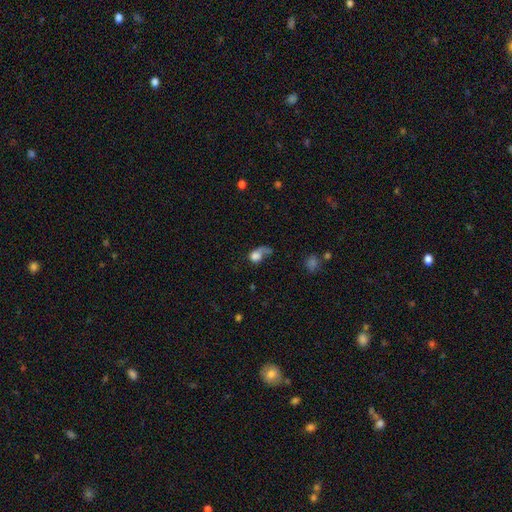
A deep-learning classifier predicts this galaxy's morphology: This is likely a smooth galaxy (67%). How rounded: possibly round (53%). Merging: possibly major disturbance (46%).